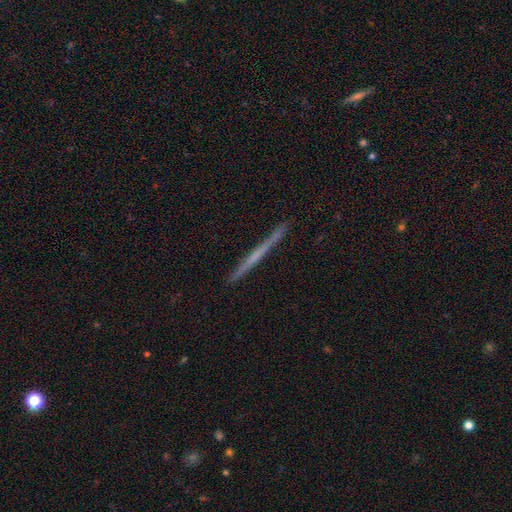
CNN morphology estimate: smooth_or_featured: featured or disk (p=0.55) [alt: smooth p=0.39]
disk_edge_on: yes (p=0.98) [alt: no p=0.02]
edge_on_bulge: none (p=0.87) [alt: rounded p=0.09]
merging: none (p=0.91) [alt: minor disturbance p=0.06]